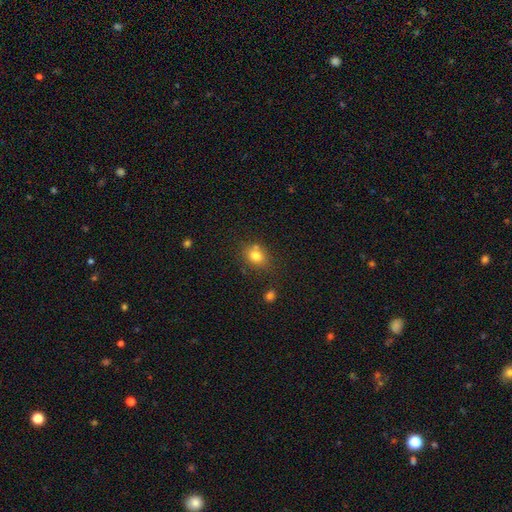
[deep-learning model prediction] smooth_or_featured: smooth (p=0.78) [alt: star or artifact p=0.12]
how_rounded: round (p=0.57) [alt: in between p=0.42]
merging: none (p=0.65) [alt: minor disturbance p=0.16]